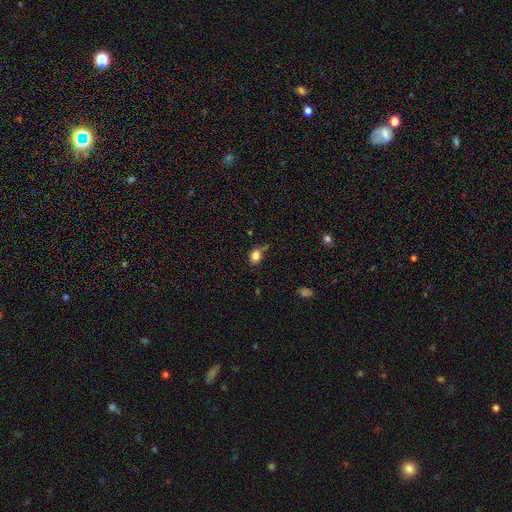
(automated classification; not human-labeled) Morphology: type=smooth (83%); roundness=in between (55%); merging=none (62%).